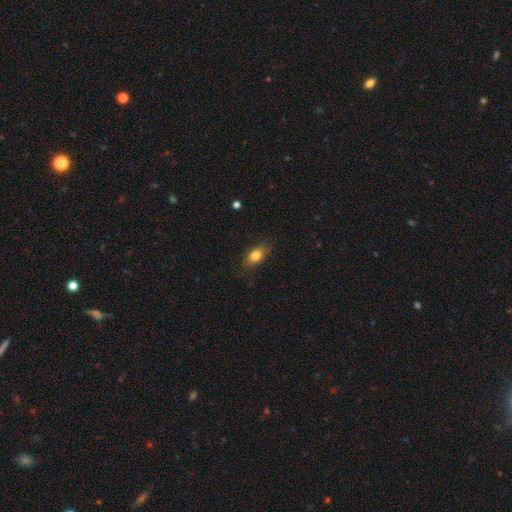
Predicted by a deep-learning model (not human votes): Morphology: type=smooth (78%); roundness=in between (79%); merging=none (81%).